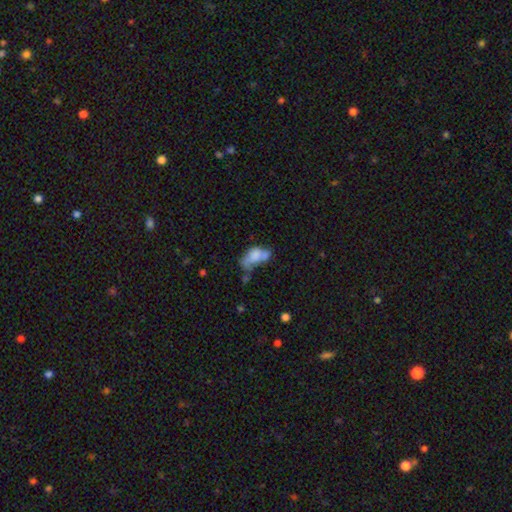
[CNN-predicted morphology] The model was most divided on "merging": merger: 35%, major disturbance: 25%, none: 21%, minor disturbance: 19%. More confident: how rounded — in between (87%); smooth or featured — smooth (60%).